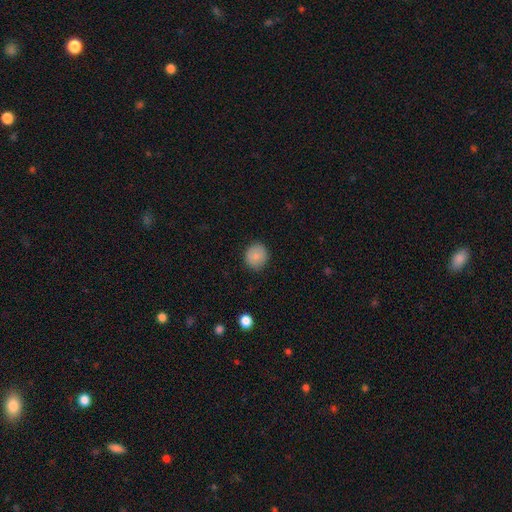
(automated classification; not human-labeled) The model was most divided on "smooth or featured": smooth: 83%, featured or disk: 9%, star or artifact: 8%. More confident: merging — none (87%); how rounded — round (86%).